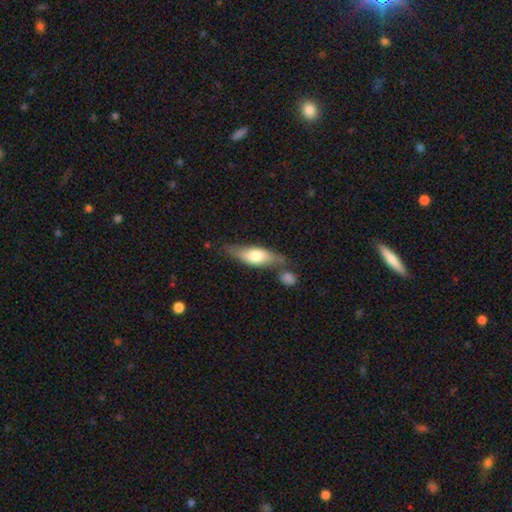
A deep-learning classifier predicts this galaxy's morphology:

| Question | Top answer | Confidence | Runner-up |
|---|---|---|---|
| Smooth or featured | smooth | 59% | featured or disk (35%) |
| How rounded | in between | 57% | cigar-shaped (40%) |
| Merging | none | 58% | minor disturbance (20%) |